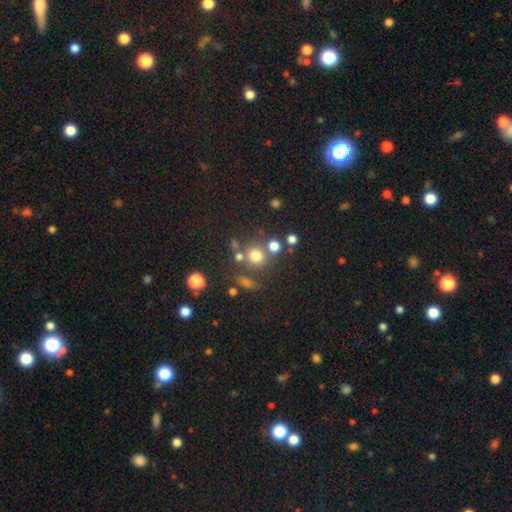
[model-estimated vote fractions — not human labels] Smooth or featured? smooth (72%)
How rounded? round (88%)
Merging? none (68%)